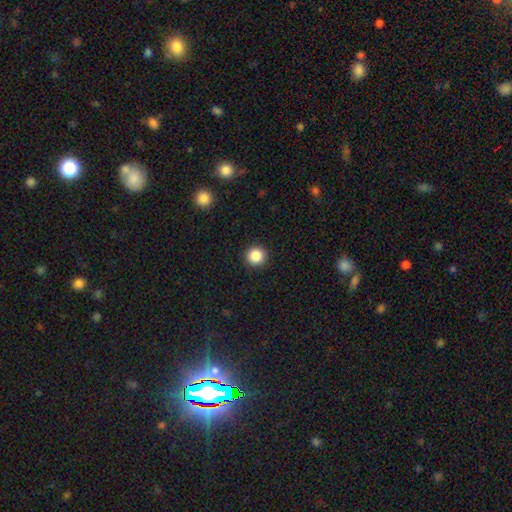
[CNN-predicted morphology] This appears to be a smooth galaxy with no disk features (86%) that is round (96%). Merging: none (93%).